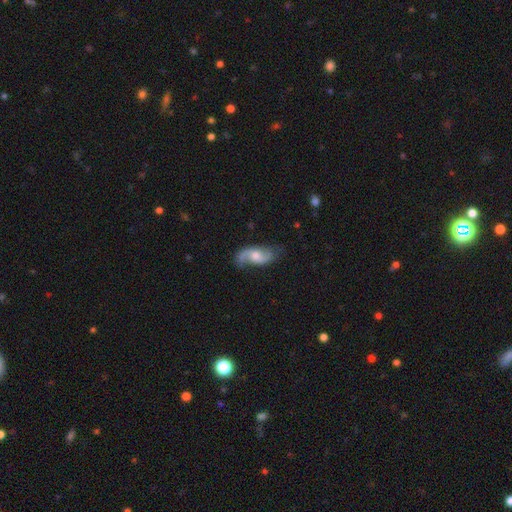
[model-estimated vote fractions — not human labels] Q: Smooth or featured?
A: featured or disk (77%); runner-up: smooth (17%)
Q: Edge-on disk?
A: no (95%); runner-up: yes (5%)
Q: Bar?
A: no (51%); runner-up: weak (41%)
Q: Spiral arms?
A: yes (94%); runner-up: no (6%)
Q: Spiral winding?
A: loose (57%); runner-up: medium (34%)
Q: Spiral arm count?
A: 2 (88%); runner-up: 1 (5%)
Q: Bulge size?
A: moderate (55%); runner-up: small (27%)
Q: Merging?
A: none (71%); runner-up: minor disturbance (20%)